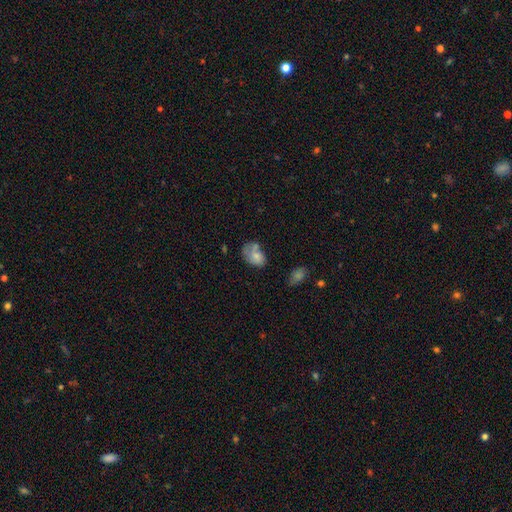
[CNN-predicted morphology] Smooth or featured?
  - smooth: 67% *
  - featured or disk: 24%
  - star or artifact: 9%
How rounded?
  - in between: 82% *
  - round: 17%
  - cigar-shaped: 1%
Merging?
  - none: 35% *
  - minor disturbance: 29%
  - merger: 19%
  - major disturbance: 17%